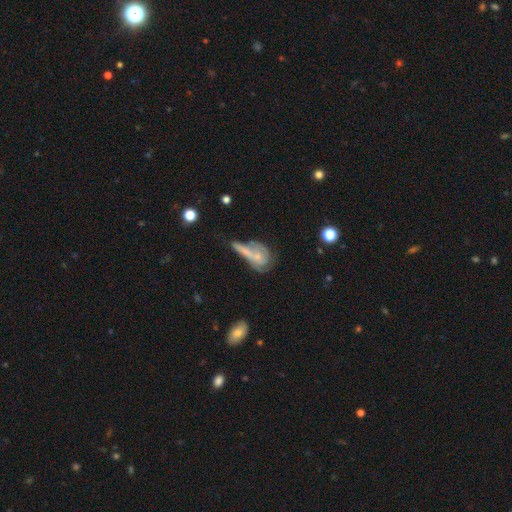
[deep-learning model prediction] This appears to be a smooth galaxy with no disk features (48%). Merging: merger (37%).